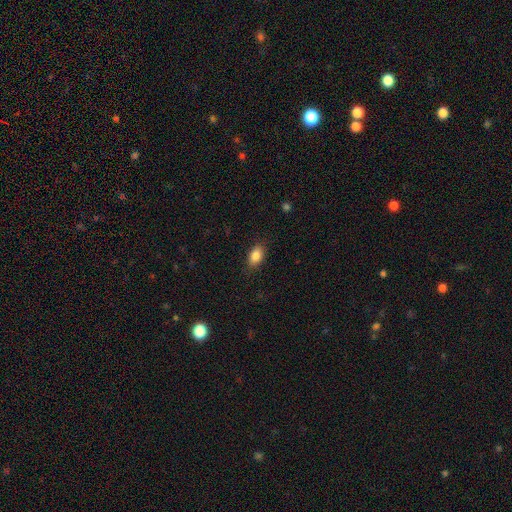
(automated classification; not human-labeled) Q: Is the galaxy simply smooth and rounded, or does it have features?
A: smooth — 85%.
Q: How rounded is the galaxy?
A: in between — 88%.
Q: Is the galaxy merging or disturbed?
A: none — 86%.